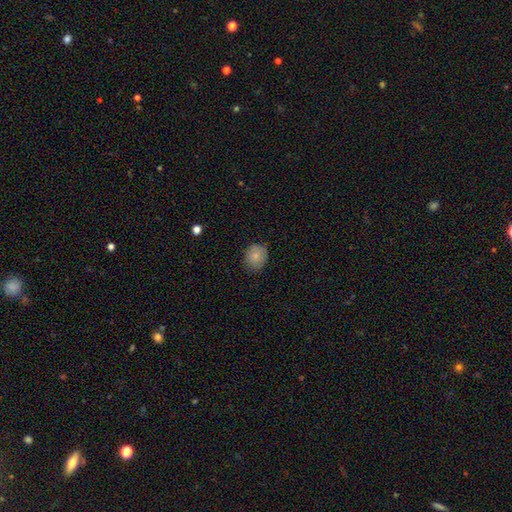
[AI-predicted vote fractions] A smooth galaxy with no disk features (80%) that is round (65%).

Vote fractions:
- Smooth or featured? smooth: 80% / featured or disk: 11% / star or artifact: 9%
- How rounded? round: 65% / in between: 34% / cigar-shaped: 1%
- Merging? none: 79% / minor disturbance: 17% / major disturbance: 3% / merger: 1%